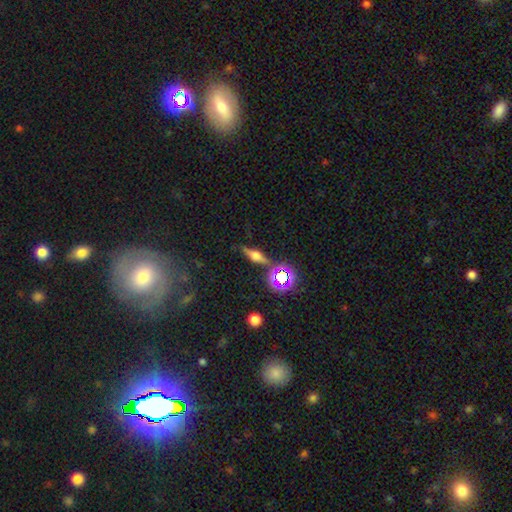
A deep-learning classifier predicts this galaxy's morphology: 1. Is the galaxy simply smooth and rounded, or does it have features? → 58% featured or disk, 25% smooth, 17% star or artifact.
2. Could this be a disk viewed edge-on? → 92% yes, 8% no.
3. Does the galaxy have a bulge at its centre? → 90% rounded, 8% boxy, 2% none.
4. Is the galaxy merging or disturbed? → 79% none, 13% minor disturbance, 5% major disturbance, 4% merger.